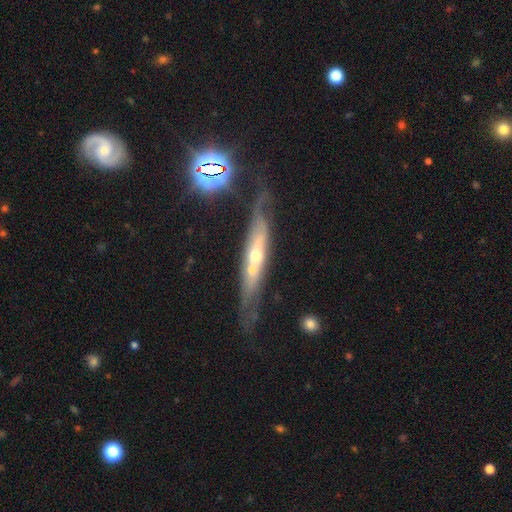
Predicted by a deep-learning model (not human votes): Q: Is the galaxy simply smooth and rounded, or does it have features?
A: featured or disk — 65%.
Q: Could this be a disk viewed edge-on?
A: yes — 66%.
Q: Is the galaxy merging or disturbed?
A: none — 51%.